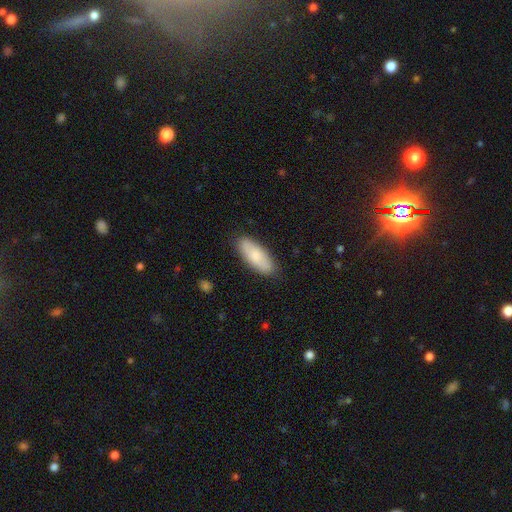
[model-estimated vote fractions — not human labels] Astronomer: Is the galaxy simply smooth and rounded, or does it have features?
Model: smooth — 78%.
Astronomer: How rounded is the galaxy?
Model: in between — 72%.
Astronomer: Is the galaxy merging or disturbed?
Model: none — 86%.